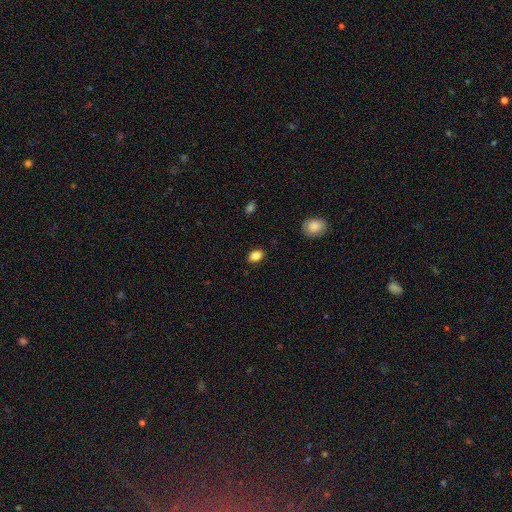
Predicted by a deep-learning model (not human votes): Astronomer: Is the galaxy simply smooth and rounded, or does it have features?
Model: smooth — 86%.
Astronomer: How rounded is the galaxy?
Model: in between — 77%.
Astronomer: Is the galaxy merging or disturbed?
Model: none — 87%.